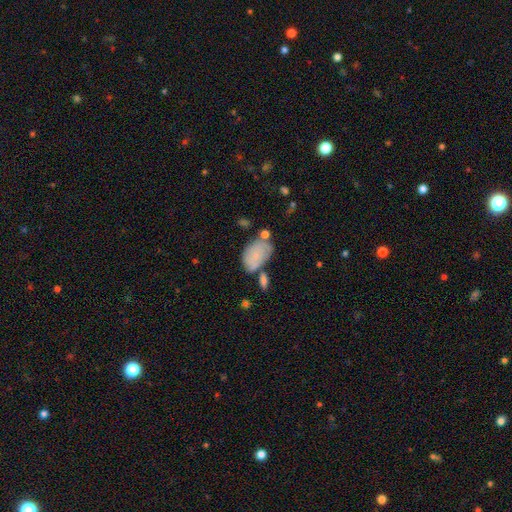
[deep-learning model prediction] Smooth or featured? Predicted: smooth (p=0.72). How rounded? Predicted: in between (p=0.90). Merging? Predicted: none (p=0.44).